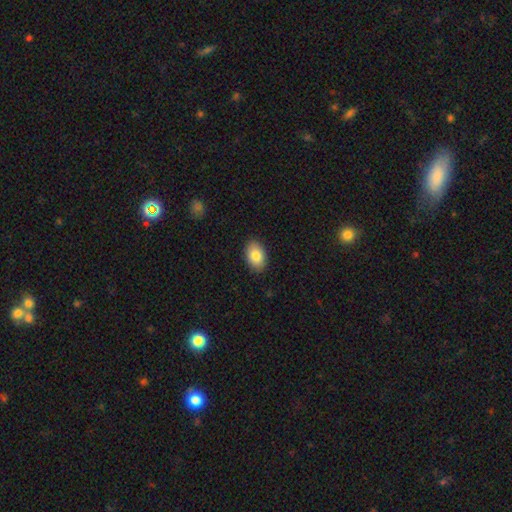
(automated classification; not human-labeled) Smooth or featured? Predicted: smooth (p=0.84). How rounded? Predicted: in between (p=0.87). Merging? Predicted: none (p=0.89).